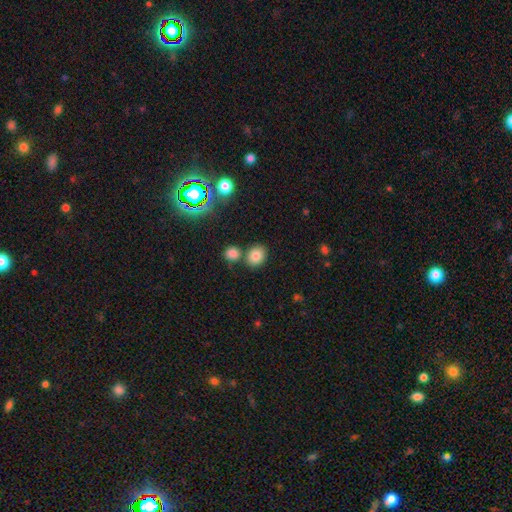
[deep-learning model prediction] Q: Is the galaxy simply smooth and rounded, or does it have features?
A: smooth — 81%.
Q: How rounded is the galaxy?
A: round — 58%.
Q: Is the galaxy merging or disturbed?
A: none — 72%.